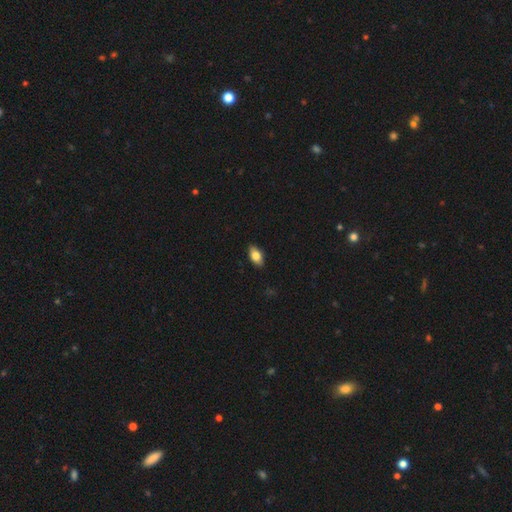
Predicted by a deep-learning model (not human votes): Overall: smooth (78%). How rounded: in between (90%). Merging: none (88%).